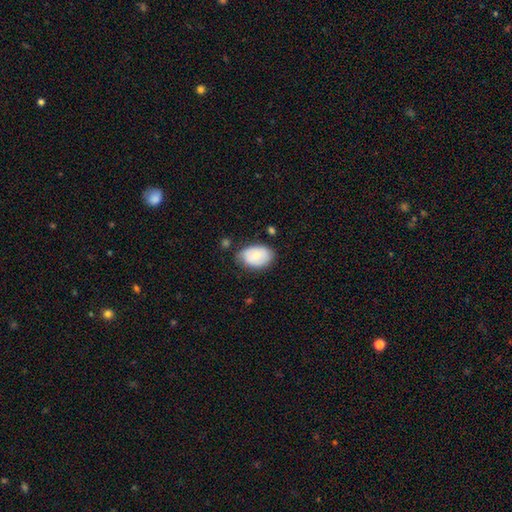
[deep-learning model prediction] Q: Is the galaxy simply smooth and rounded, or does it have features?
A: smooth — 71%.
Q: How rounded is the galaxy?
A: in between — 85%.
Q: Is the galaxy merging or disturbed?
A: none — 63%.